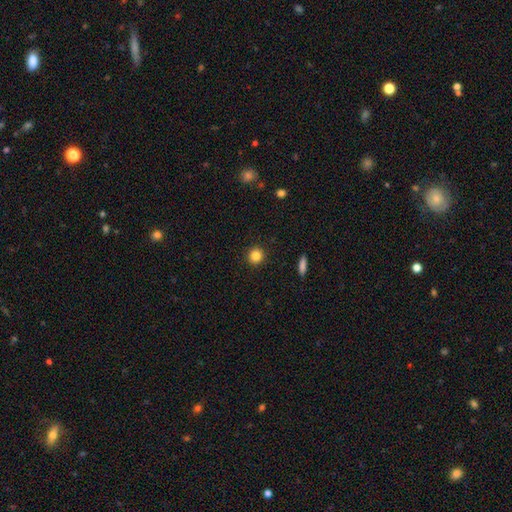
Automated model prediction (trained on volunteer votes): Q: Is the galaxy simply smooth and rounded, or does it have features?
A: smooth — 85%.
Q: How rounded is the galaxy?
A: round — 93%.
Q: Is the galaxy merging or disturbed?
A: none — 92%.